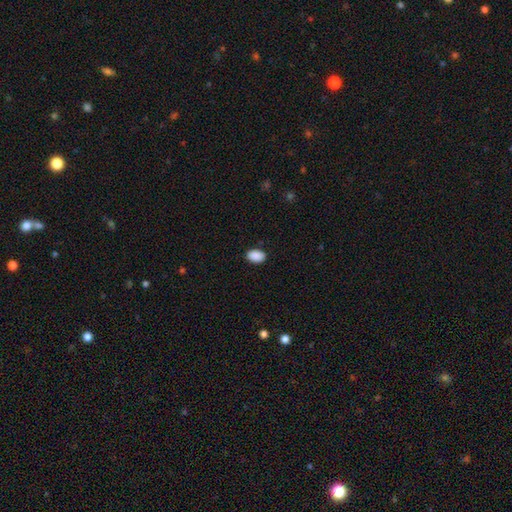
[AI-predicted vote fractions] Smooth or featured?
  - smooth: 90% *
  - star or artifact: 7%
  - featured or disk: 2%
How rounded?
  - in between: 88% *
  - round: 11%
  - cigar-shaped: 1%
Merging?
  - none: 87% *
  - minor disturbance: 10%
  - major disturbance: 2%
  - merger: 1%